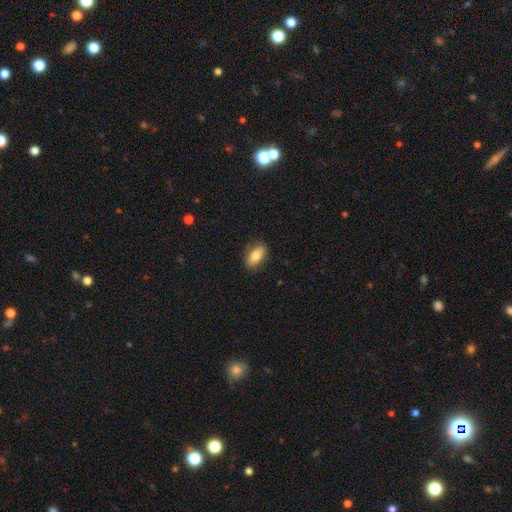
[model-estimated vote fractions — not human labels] A smooth galaxy with no disk features (76%) that is in between round and cigar-shaped (86%).

Vote fractions:
- Smooth or featured? smooth: 76% / featured or disk: 17% / star or artifact: 7%
- How rounded? in between: 86% / cigar-shaped: 9% / round: 5%
- Merging? none: 84% / minor disturbance: 12% / major disturbance: 2% / merger: 1%